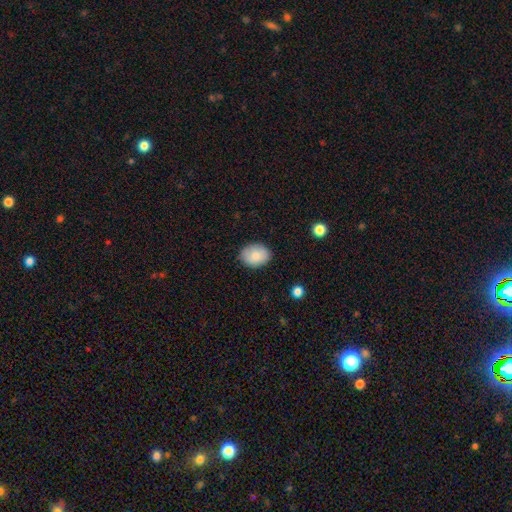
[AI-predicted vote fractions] Smooth or featured?
  - smooth: 84% *
  - featured or disk: 9%
  - star or artifact: 7%
How rounded?
  - in between: 63% *
  - round: 36%
  - cigar-shaped: 1%
Merging?
  - none: 84% *
  - minor disturbance: 12%
  - major disturbance: 3%
  - merger: 1%